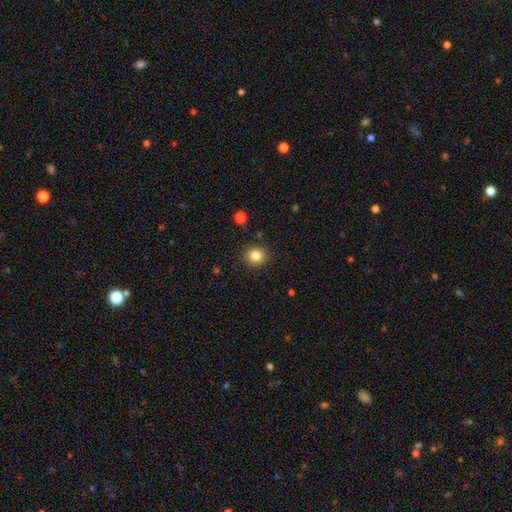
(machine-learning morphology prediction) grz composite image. It shows a smooth galaxy with no disk features (83%) that is round (83%). Merging: none (90%).